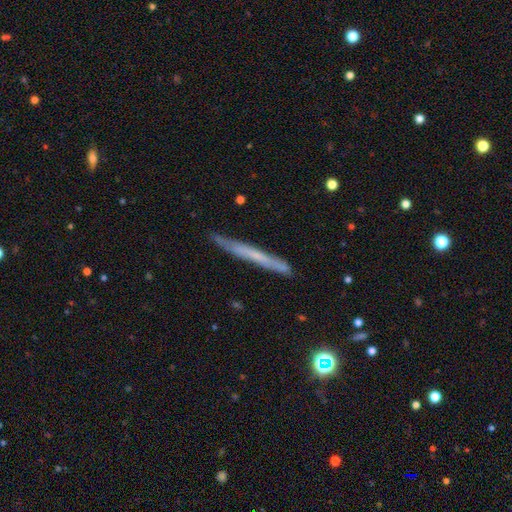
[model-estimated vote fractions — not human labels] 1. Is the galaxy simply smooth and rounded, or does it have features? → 51% featured or disk, 42% smooth, 8% star or artifact.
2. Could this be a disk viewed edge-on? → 93% yes, 7% no.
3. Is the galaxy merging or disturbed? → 85% none, 12% minor disturbance, 2% major disturbance, 2% merger.